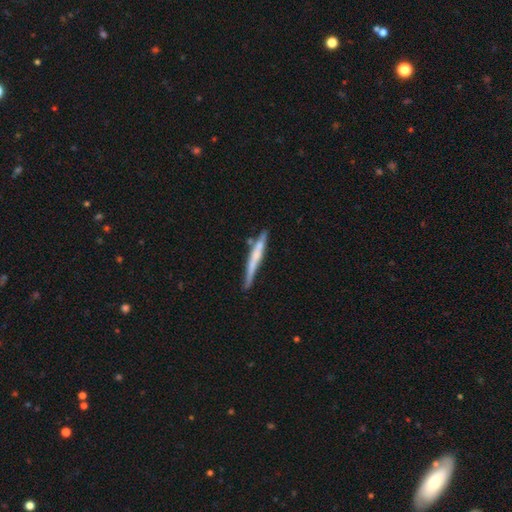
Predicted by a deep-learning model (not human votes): Smooth or featured? featured or disk (53%)
Edge-on disk? yes (93%)
Merging? none (68%)